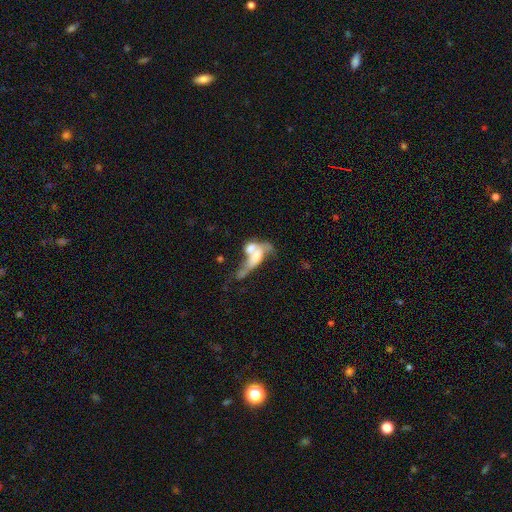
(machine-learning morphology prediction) Q: Smooth or featured?
A: smooth (48%); runner-up: featured or disk (42%)
Q: Merging?
A: merger (63%); runner-up: major disturbance (20%)